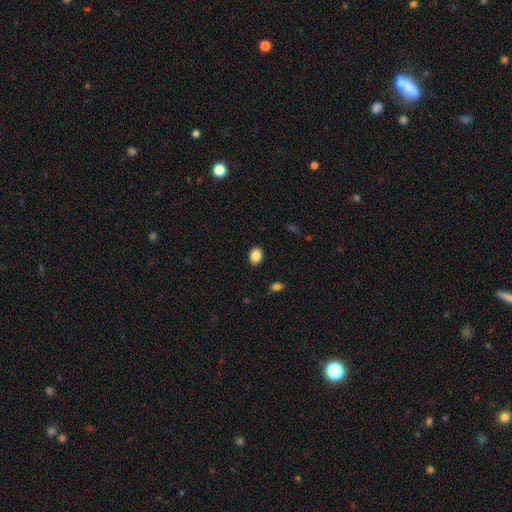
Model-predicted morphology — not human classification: This appears to be a smooth galaxy with no disk features (87%) that is in between round and cigar-shaped (64%). Merging: none (90%).